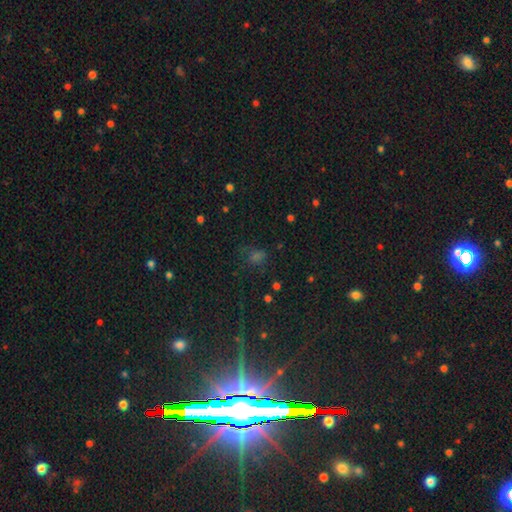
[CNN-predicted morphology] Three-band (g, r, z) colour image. It shows a star or artifact, not a galaxy (50%).